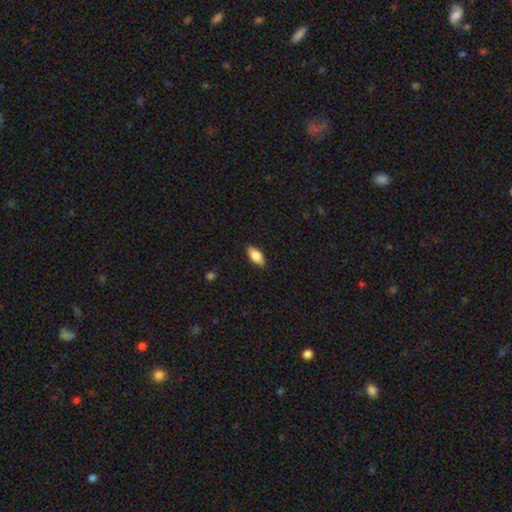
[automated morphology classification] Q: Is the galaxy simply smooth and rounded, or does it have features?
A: smooth — 81%.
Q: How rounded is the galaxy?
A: in between — 87%.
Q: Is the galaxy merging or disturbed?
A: none — 86%.